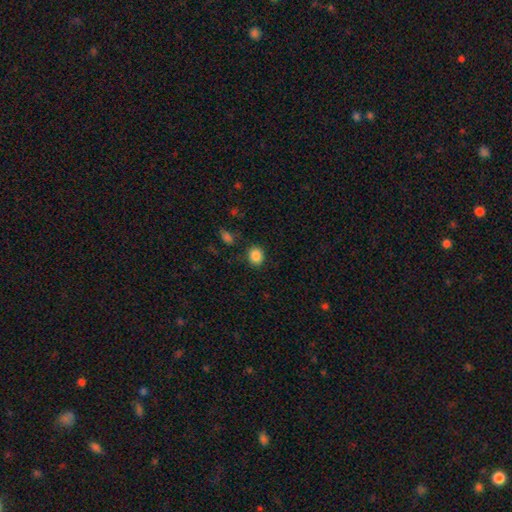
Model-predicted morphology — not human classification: A smooth galaxy with no disk features (87%) that is round (67%).

Vote fractions:
- Smooth or featured? smooth: 87% / star or artifact: 9% / featured or disk: 4%
- How rounded? round: 67% / in between: 32% / cigar-shaped: 1%
- Merging? none: 86% / minor disturbance: 9% / major disturbance: 3% / merger: 3%